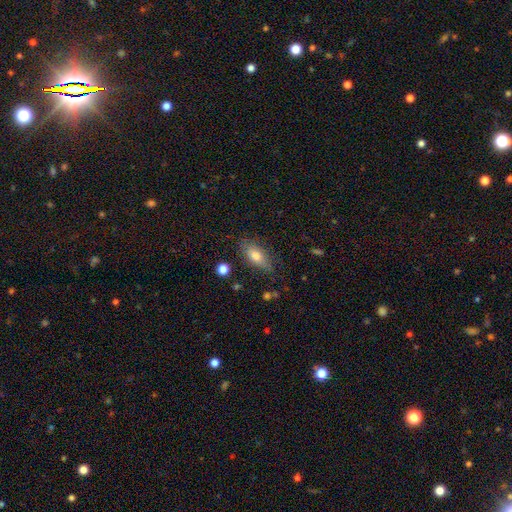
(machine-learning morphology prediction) smooth-or-featured: smooth: 74% | featured or disk: 18% | star or artifact: 8%
  how-rounded: in between: 81% | cigar-shaped: 13% | round: 5%
  merging: none: 74% | minor disturbance: 19% | major disturbance: 5% | merger: 2%